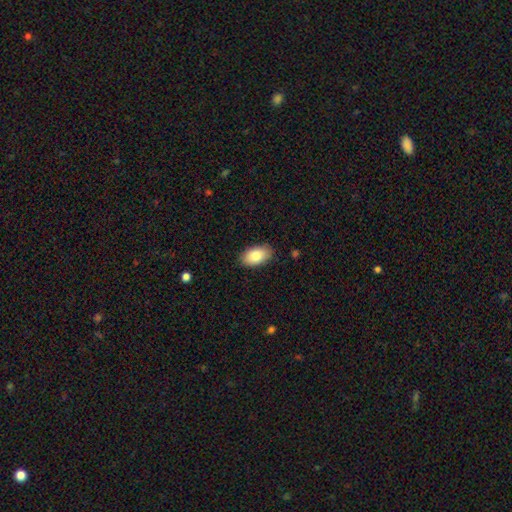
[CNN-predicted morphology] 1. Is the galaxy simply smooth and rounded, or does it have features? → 84% smooth, 10% featured or disk, 7% star or artifact.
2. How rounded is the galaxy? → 94% in between, 4% round, 2% cigar-shaped.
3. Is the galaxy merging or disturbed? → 87% none, 10% minor disturbance, 2% major disturbance, 1% merger.